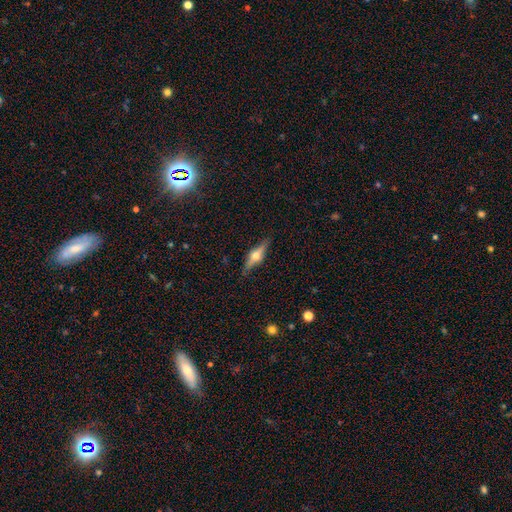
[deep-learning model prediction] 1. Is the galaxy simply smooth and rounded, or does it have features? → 65% featured or disk, 28% smooth, 7% star or artifact.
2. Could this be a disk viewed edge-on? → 94% yes, 6% no.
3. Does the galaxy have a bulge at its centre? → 94% rounded, 4% boxy, 2% none.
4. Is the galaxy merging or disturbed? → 86% none, 10% minor disturbance, 2% major disturbance, 1% merger.